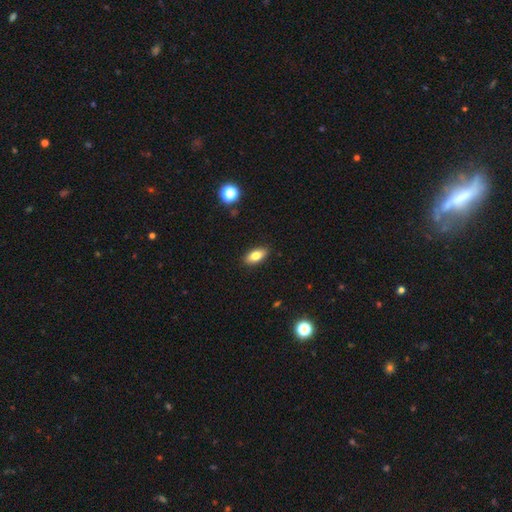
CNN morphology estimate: A smooth galaxy with no disk features (79%) that is in between round and cigar-shaped (87%). Merging: none (89%).